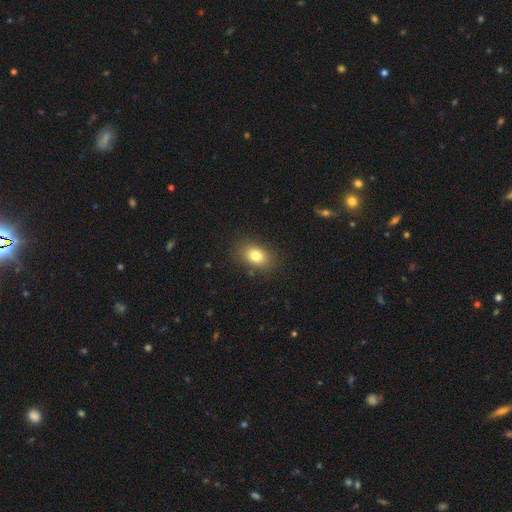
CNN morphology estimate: smooth 80%, star or artifact 10%, featured or disk 9%. Down the decision tree: how rounded — in between (76%); merging — none (84%).